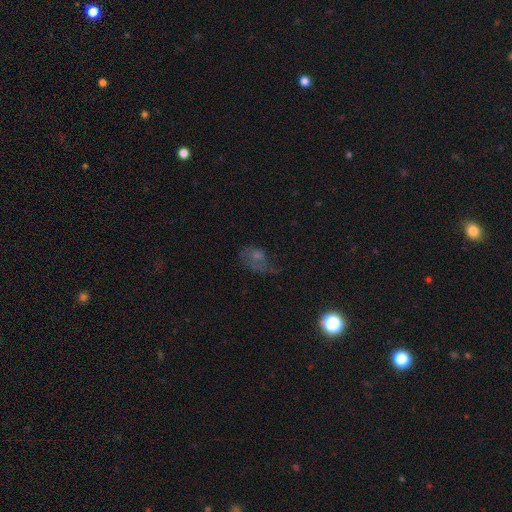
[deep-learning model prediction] smooth-or-featured: featured or disk: 39% | smooth: 38% | star or artifact: 24%
  merging: major disturbance: 41% | none: 33% | minor disturbance: 23% | merger: 4%